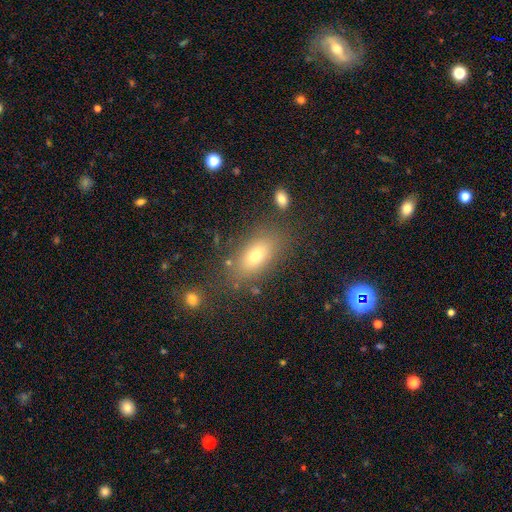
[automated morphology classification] smooth-or-featured: smooth: 71% | featured or disk: 15% | star or artifact: 14%
  how-rounded: in between: 84% | cigar-shaped: 8% | round: 8%
  merging: none: 80% | minor disturbance: 11% | merger: 5% | major disturbance: 4%